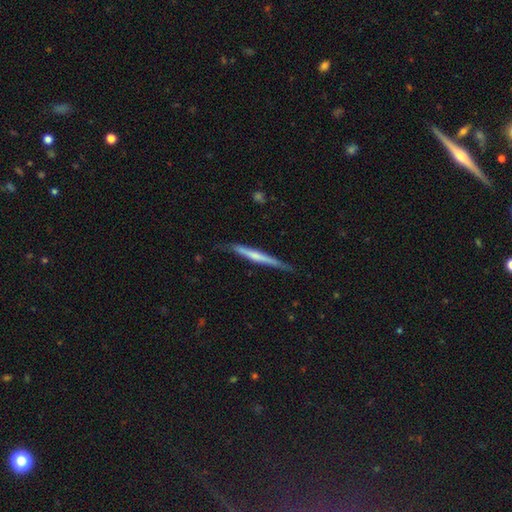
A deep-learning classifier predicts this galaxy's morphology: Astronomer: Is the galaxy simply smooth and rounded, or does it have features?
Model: featured or disk — 56% (runner-up: smooth, 39%).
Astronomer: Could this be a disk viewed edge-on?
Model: yes — 97%.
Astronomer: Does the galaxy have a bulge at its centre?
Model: none — 57%.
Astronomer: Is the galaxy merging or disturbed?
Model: none — 80%.